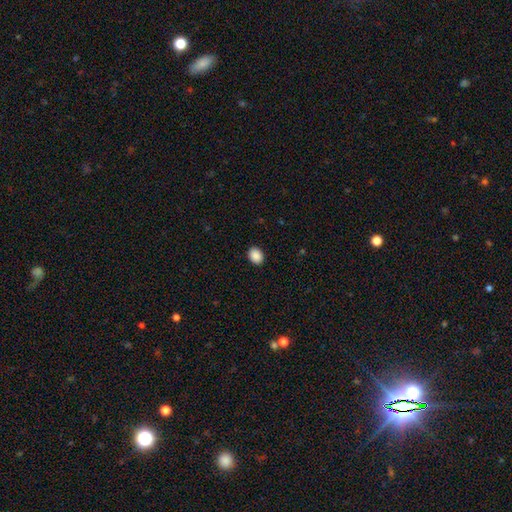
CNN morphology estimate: A smooth galaxy with no disk features (89%) that is in between round and cigar-shaped (57%). Merging: none (91%).